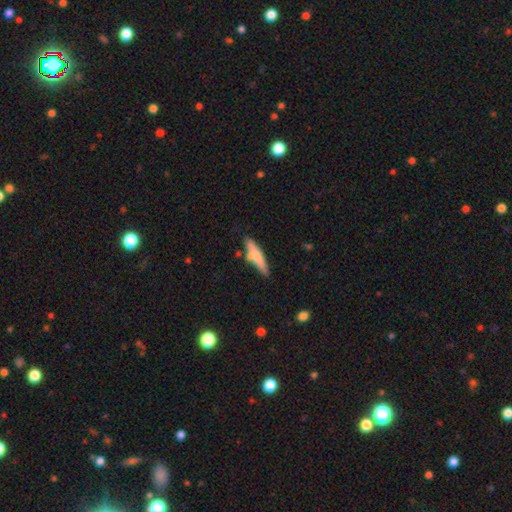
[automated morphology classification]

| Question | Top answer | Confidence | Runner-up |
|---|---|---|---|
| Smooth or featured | smooth | 64% | featured or disk (30%) |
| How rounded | cigar-shaped | 80% | in between (18%) |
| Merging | none | 64% | minor disturbance (20%) |